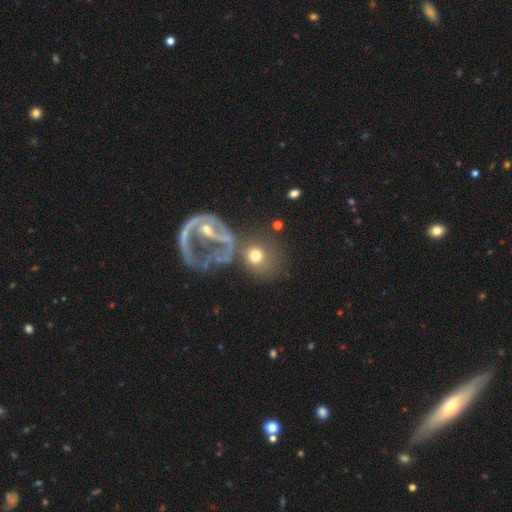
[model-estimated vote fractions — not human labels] Q: Smooth or featured?
A: smooth (61%); runner-up: featured or disk (28%)
Q: How rounded?
A: round (80%); runner-up: in between (19%)
Q: Merging?
A: none (47%); runner-up: merger (26%)